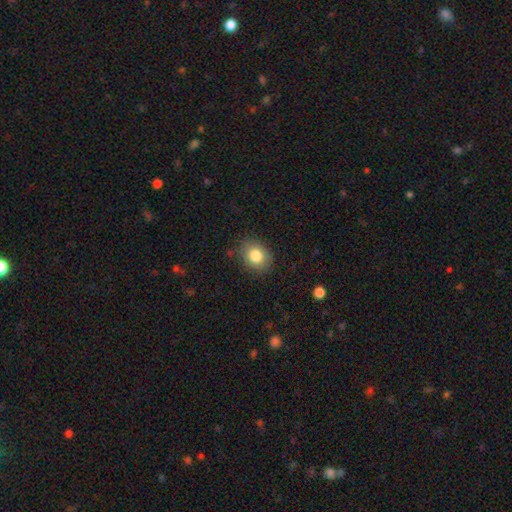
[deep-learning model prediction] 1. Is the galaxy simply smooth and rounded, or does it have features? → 82% smooth, 9% star or artifact, 9% featured or disk.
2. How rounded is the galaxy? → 50% round, 49% in between, 1% cigar-shaped.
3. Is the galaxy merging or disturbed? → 83% none, 12% minor disturbance, 3% major disturbance, 1% merger.